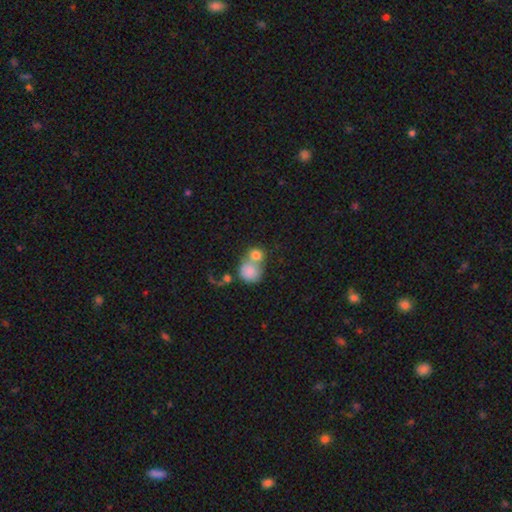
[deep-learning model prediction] smooth-or-featured: smooth: 80% | featured or disk: 11% | star or artifact: 10%
  how-rounded: round: 81% | in between: 18% | cigar-shaped: 1%
  merging: merger: 57% | none: 31% | minor disturbance: 7% | major disturbance: 4%